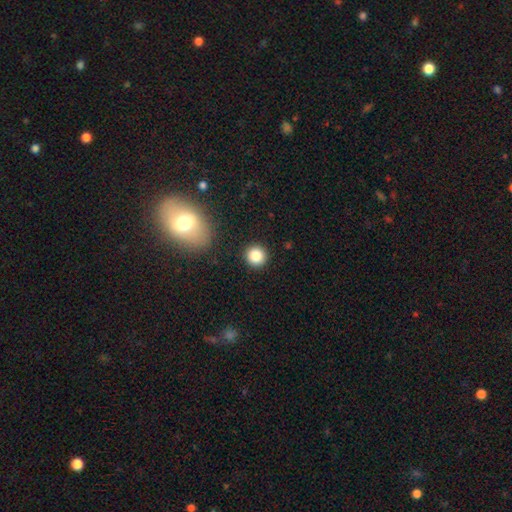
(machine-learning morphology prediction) smooth 85%, star or artifact 11%, featured or disk 5%. Down the decision tree: how rounded — round (93%); merging — none (91%).